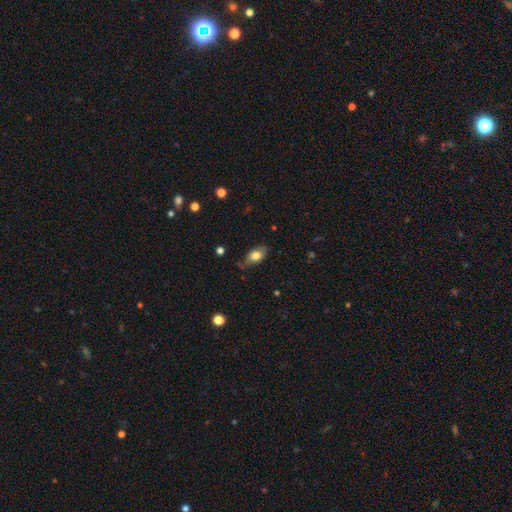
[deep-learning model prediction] A smooth galaxy with no disk features (72%) that is in between round and cigar-shaped (86%). Merging: none (64%).